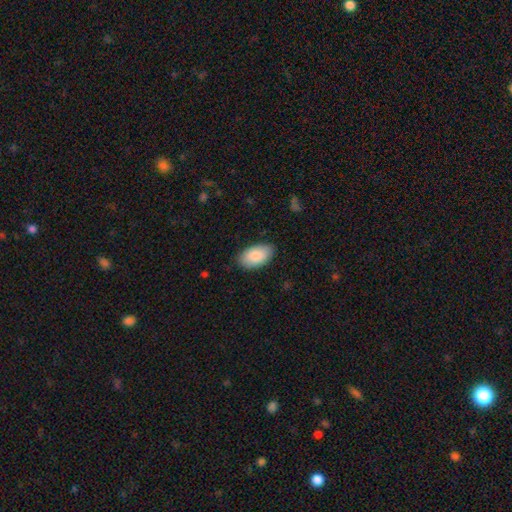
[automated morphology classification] A smooth galaxy with no disk features (87%) that is in between round and cigar-shaped (95%). Merging: none (85%).